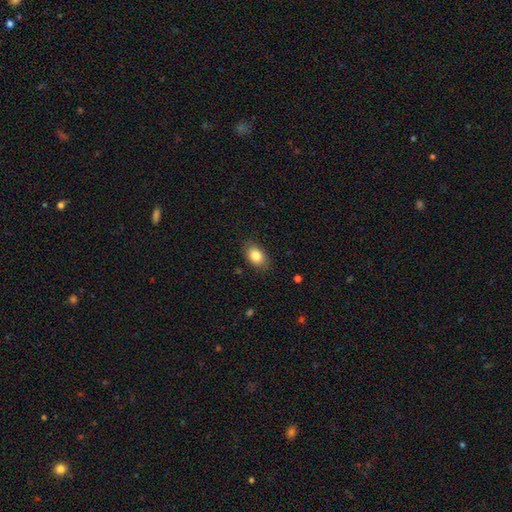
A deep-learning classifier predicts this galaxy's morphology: This appears to be a smooth galaxy with no disk features (85%) that is in between round and cigar-shaped (84%). Merging: none (82%).